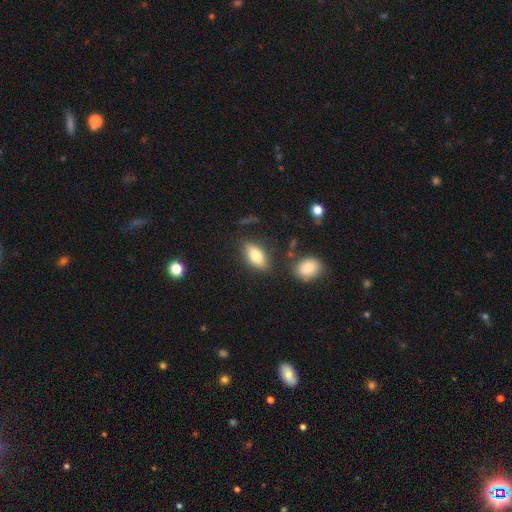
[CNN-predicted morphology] smooth 71%, featured or disk 21%, star or artifact 8%. Down the decision tree: how rounded — in between (83%); merging — none (79%).